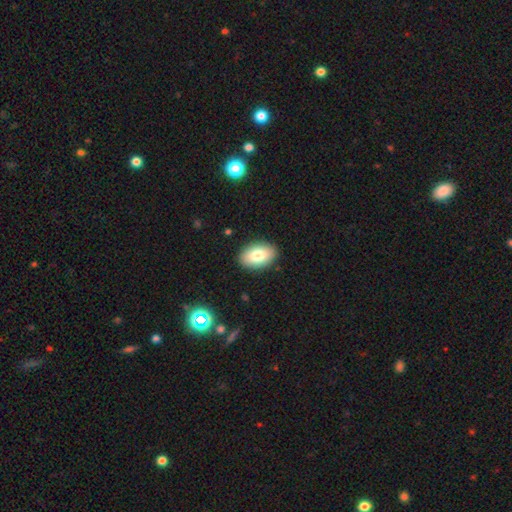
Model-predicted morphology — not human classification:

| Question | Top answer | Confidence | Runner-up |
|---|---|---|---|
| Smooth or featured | smooth | 78% | featured or disk (12%) |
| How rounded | in between | 90% | round (8%) |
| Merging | none | 89% | minor disturbance (8%) |